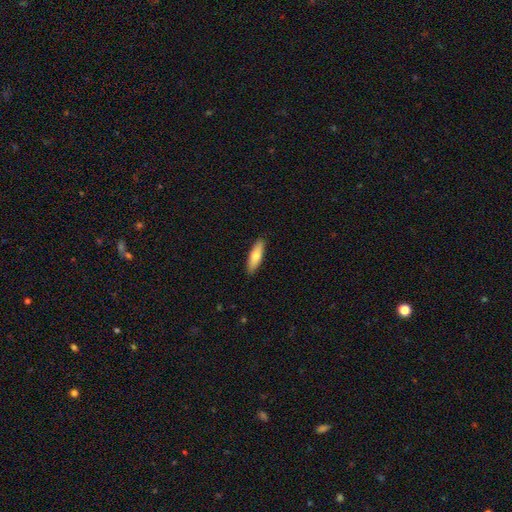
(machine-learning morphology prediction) Smooth or featured: smooth — 73% (featured or disk — 22%)
How rounded: cigar-shaped — 57% (in between — 41%)
Merging: none — 90% (minor disturbance — 8%)